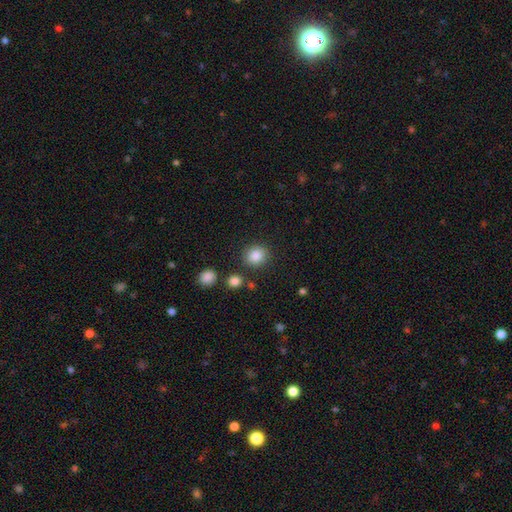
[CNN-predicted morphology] smooth-or-featured: smooth: 86% | star or artifact: 9% | featured or disk: 5%
  how-rounded: round: 82% | in between: 17% | cigar-shaped: 1%
  merging: none: 85% | minor disturbance: 8% | merger: 4% | major disturbance: 3%